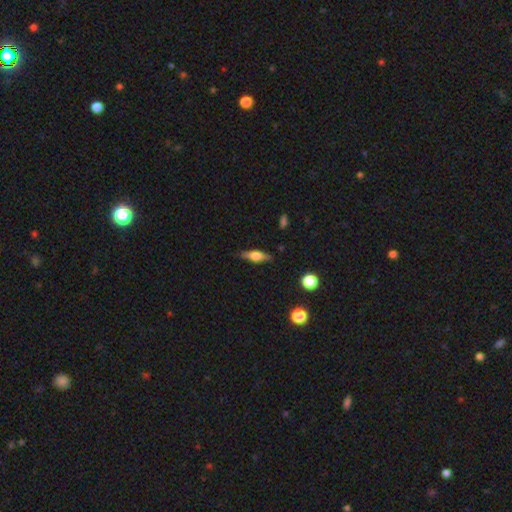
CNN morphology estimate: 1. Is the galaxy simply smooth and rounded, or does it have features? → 53% featured or disk, 40% smooth, 7% star or artifact.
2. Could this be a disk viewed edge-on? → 93% yes, 7% no.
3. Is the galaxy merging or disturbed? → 85% none, 11% minor disturbance, 3% major disturbance, 1% merger.